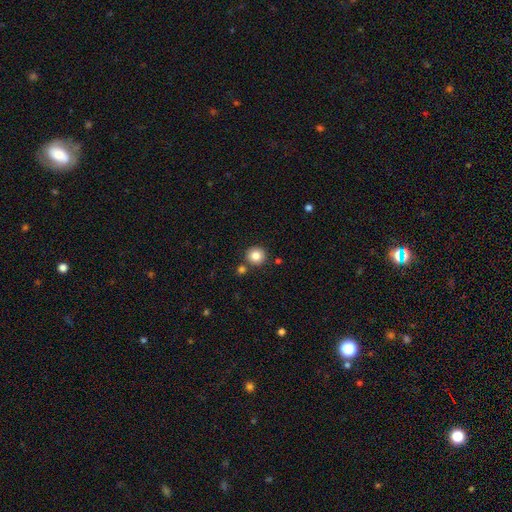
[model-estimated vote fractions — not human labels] This is clearly a smooth galaxy (84%). How rounded: clearly round (94%). Merging: clearly none (83%).